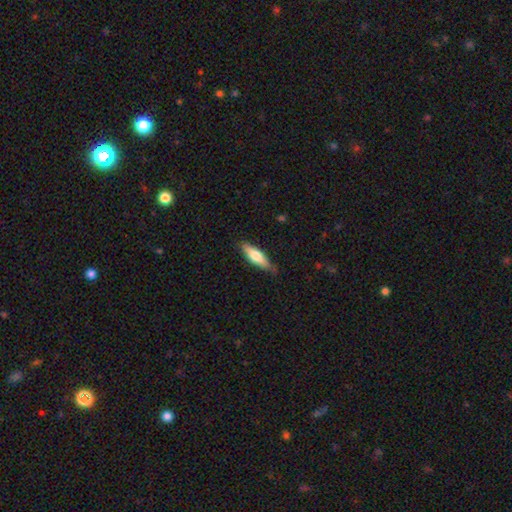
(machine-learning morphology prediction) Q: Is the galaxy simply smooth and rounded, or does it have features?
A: smooth — 63%.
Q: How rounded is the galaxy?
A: cigar-shaped — 59%.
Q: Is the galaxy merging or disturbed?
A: none — 78%.